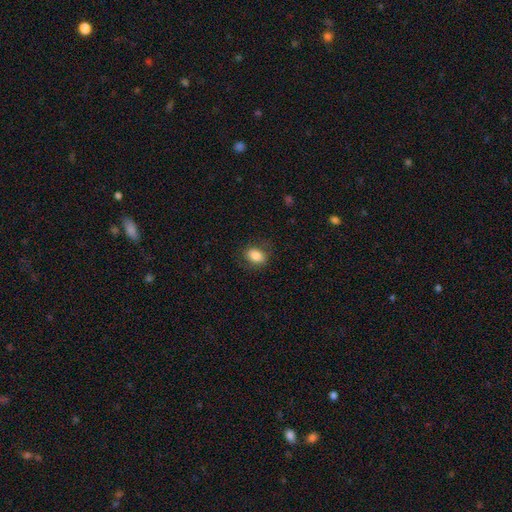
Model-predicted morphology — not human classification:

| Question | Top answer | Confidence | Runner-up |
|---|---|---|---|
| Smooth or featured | smooth | 82% | featured or disk (9%) |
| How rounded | in between | 68% | round (31%) |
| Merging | none | 79% | minor disturbance (15%) |